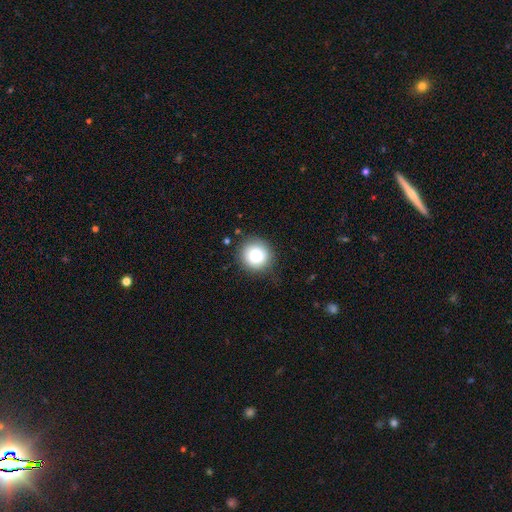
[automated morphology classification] Smooth or featured?
  - smooth: 81% *
  - star or artifact: 10%
  - featured or disk: 9%
How rounded?
  - round: 93% *
  - in between: 6%
  - cigar-shaped: 1%
Merging?
  - none: 85% *
  - minor disturbance: 11%
  - major disturbance: 3%
  - merger: 1%